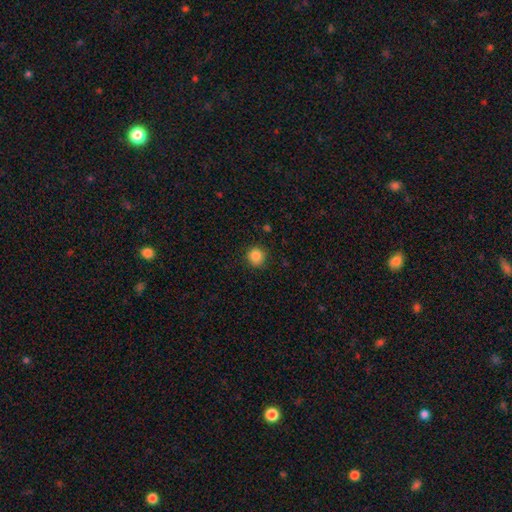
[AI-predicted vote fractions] This is clearly a smooth galaxy (86%). How rounded: clearly round (92%). Merging: clearly none (87%).